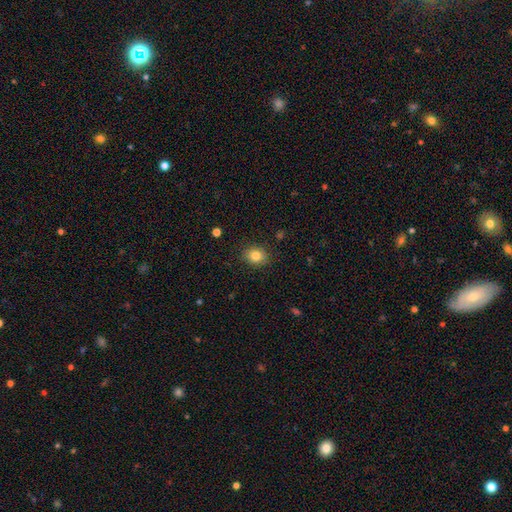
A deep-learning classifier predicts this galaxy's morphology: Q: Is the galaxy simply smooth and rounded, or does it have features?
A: smooth — 82%.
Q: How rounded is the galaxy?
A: round — 60%.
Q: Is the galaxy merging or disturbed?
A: none — 88%.